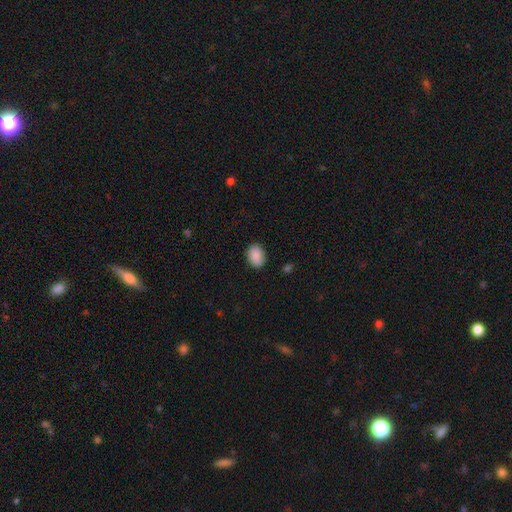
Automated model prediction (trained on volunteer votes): This appears to be a smooth galaxy with no disk features (90%) that is in between round and cigar-shaped (73%). Merging: none (87%).